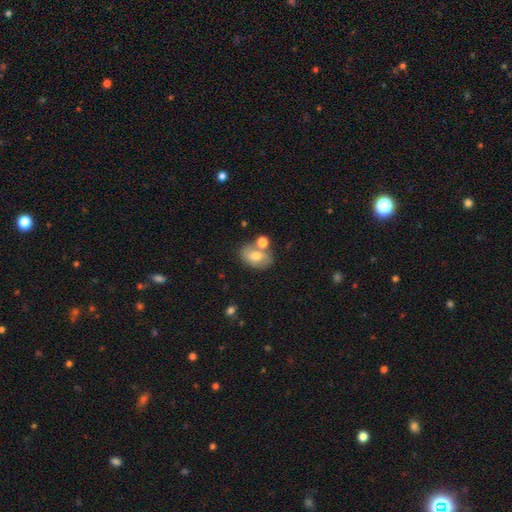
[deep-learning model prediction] A smooth galaxy with no disk features (68%) that is in between round and cigar-shaped (80%). Merging: none (54%).